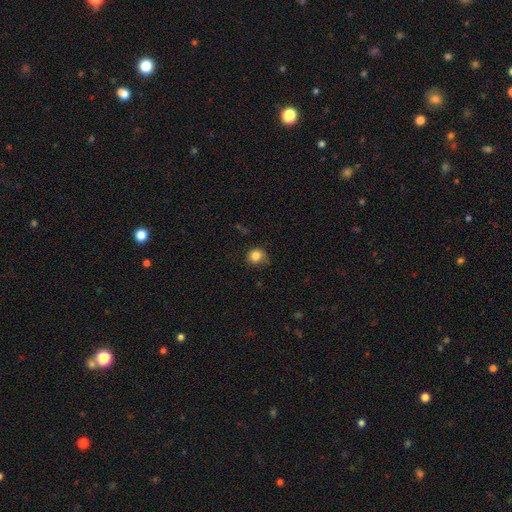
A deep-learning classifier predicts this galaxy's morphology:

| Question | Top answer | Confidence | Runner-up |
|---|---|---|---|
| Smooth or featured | smooth | 83% | star or artifact (10%) |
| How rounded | round | 83% | in between (16%) |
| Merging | none | 68% | minor disturbance (25%) |